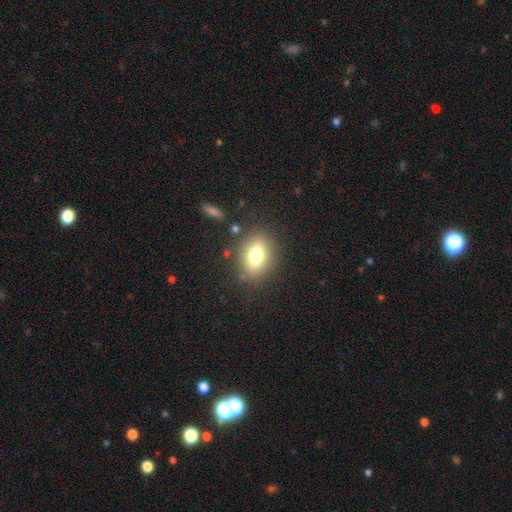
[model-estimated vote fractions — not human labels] Morphology: type=smooth (73%); roundness=in between (71%); merging=none (82%).